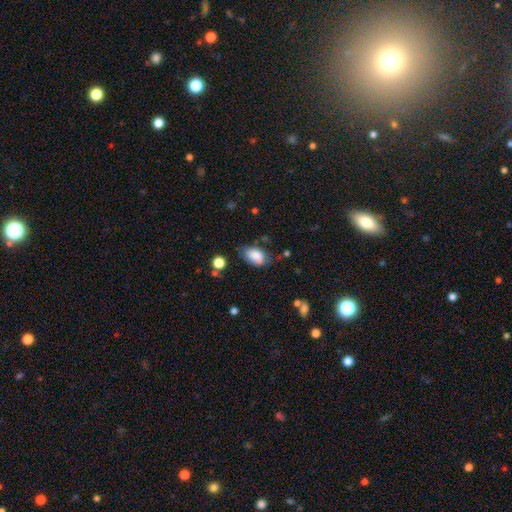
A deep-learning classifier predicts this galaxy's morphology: Smooth or featured?
  - smooth: 80% *
  - featured or disk: 12%
  - star or artifact: 8%
How rounded?
  - in between: 90% *
  - round: 8%
  - cigar-shaped: 2%
Merging?
  - none: 58% *
  - minor disturbance: 29%
  - major disturbance: 9%
  - merger: 4%